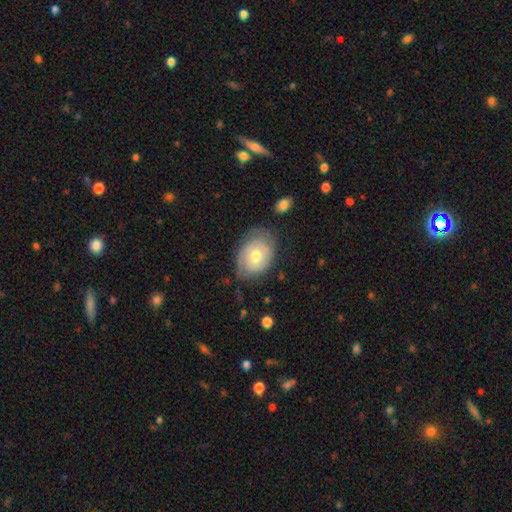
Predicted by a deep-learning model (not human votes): This appears to be a featured or disk galaxy (52%). Merging: none (62%).